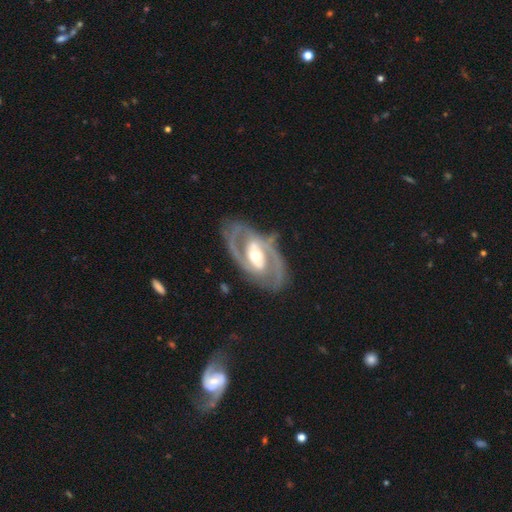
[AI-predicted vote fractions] Smooth or featured?
  - featured or disk: 89% *
  - smooth: 7%
  - star or artifact: 4%
Edge-on disk?
  - no: 96% *
  - yes: 4%
Bar?
  - strong: 40% *
  - weak: 34%
  - no: 26%
Spiral arms?
  - yes: 91% *
  - no: 9%
Spiral winding?
  - medium: 50% *
  - tight: 36%
  - loose: 14%
Spiral arm count?
  - 2: 87% *
  - can't tell: 5%
  - 3: 3%
  - 1: 2%
  - 4: 1%
  - more than 4: 1%
Bulge size?
  - moderate: 72% *
  - small: 14%
  - large: 12%
  - dominant: 1%
  - none: 1%
Merging?
  - none: 73% *
  - minor disturbance: 16%
  - major disturbance: 8%
  - merger: 2%